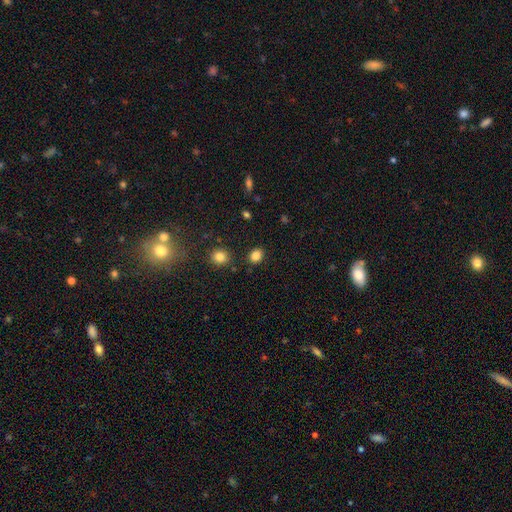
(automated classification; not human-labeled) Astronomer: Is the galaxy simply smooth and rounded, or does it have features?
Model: smooth — 85%.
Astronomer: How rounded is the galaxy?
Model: round — 56% (runner-up: in between, 43%).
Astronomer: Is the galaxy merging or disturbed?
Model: none — 85%.